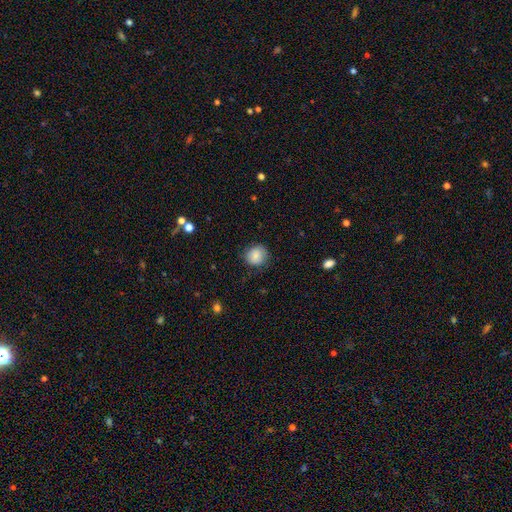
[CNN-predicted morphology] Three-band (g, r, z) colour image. It shows a smooth galaxy with no disk features (84%) that is round (85%). Merging: none (80%).